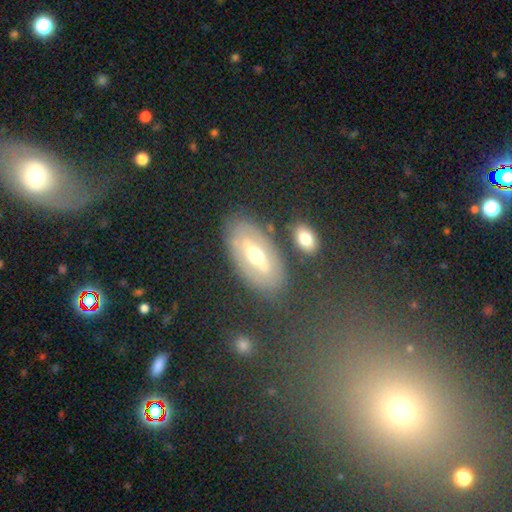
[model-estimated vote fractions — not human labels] Morphology: type=featured or disk (63%); edge-on=no (83%); bar=no (36%); spiral arms=no (72%); bulge=moderate (74%); merging=none (74%).